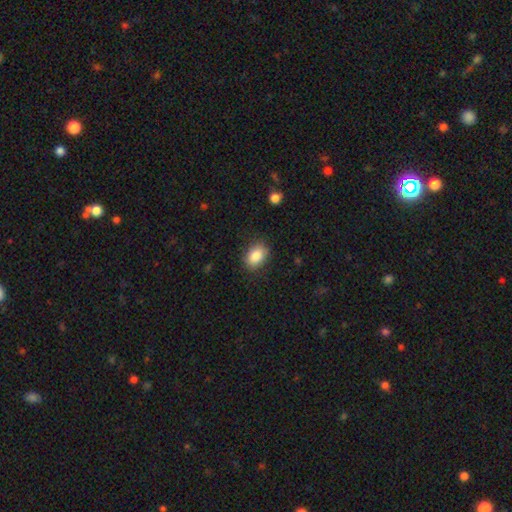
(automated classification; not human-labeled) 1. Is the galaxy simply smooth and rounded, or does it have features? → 85% smooth, 8% star or artifact, 7% featured or disk.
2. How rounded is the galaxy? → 79% in between, 20% round, 1% cigar-shaped.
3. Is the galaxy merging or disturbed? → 85% none, 11% minor disturbance, 3% major disturbance, 1% merger.